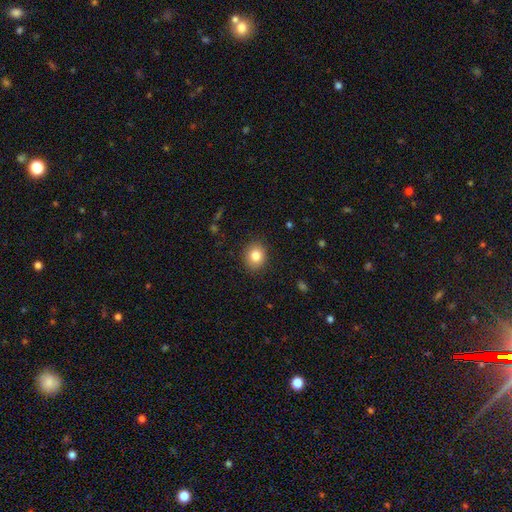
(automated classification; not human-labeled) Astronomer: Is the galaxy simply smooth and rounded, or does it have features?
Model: smooth — 83%.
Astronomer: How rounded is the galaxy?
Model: round — 73%.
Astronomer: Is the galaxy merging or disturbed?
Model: none — 89%.